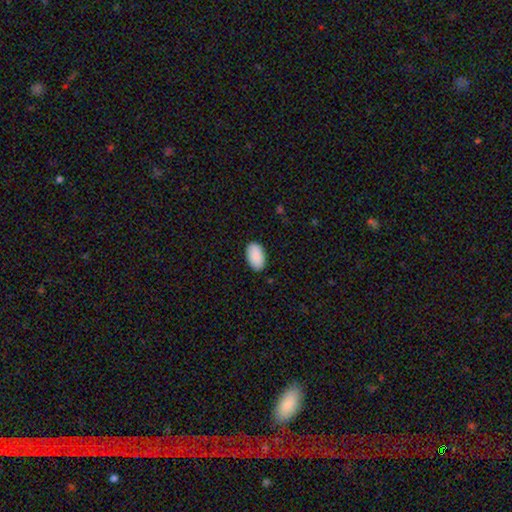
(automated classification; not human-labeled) This appears to be a smooth galaxy with no disk features (91%) that is in between round and cigar-shaped (95%). Merging: none (88%).